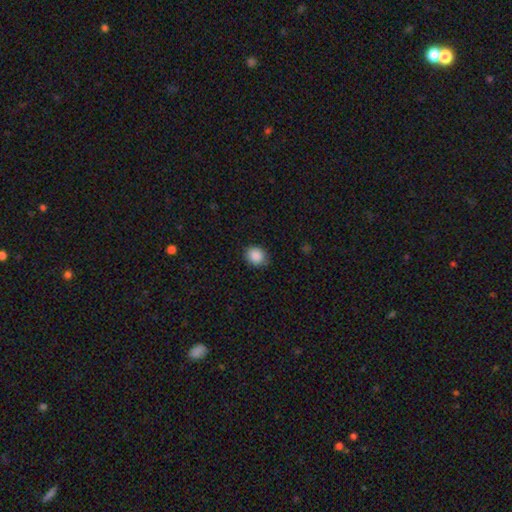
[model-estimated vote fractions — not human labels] A smooth galaxy with no disk features (89%) that is round (75%).

Vote fractions:
- Smooth or featured? smooth: 89% / star or artifact: 9% / featured or disk: 3%
- How rounded? round: 75% / in between: 24% / cigar-shaped: 1%
- Merging? none: 86% / minor disturbance: 10% / major disturbance: 3% / merger: 1%